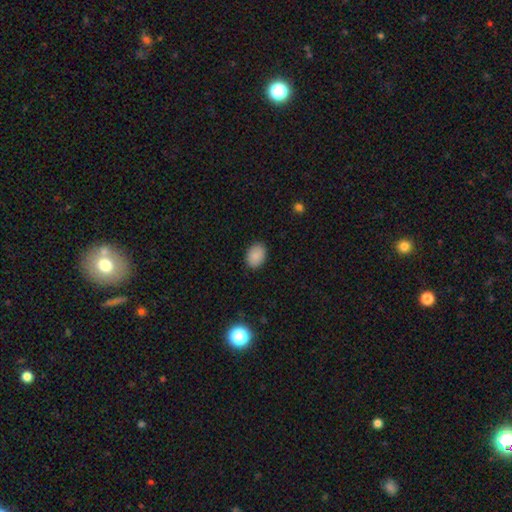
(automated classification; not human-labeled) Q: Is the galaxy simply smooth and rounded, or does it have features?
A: smooth — 88%.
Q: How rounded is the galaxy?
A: in between — 78%.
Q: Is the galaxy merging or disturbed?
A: none — 88%.